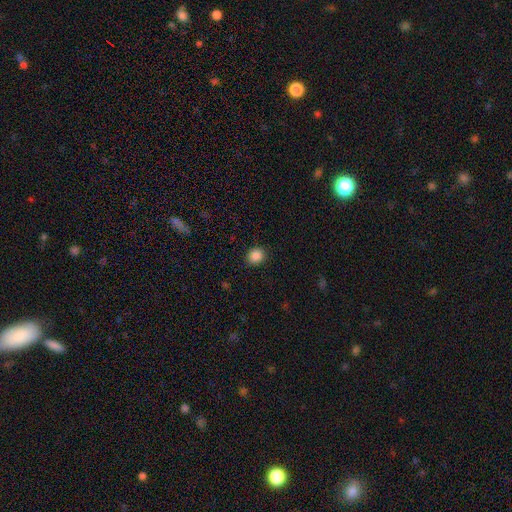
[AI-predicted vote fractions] Q: Smooth or featured?
A: smooth (87%); runner-up: star or artifact (10%)
Q: How rounded?
A: round (80%); runner-up: in between (20%)
Q: Merging?
A: none (90%); runner-up: minor disturbance (7%)